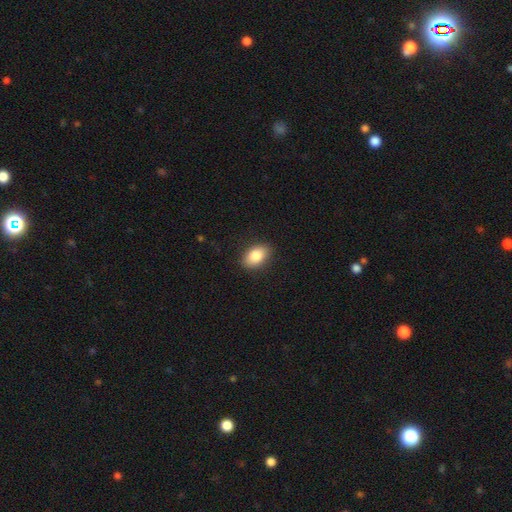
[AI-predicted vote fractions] This appears to be a smooth galaxy with no disk features (84%) that is in between round and cigar-shaped (85%). Merging: none (87%).